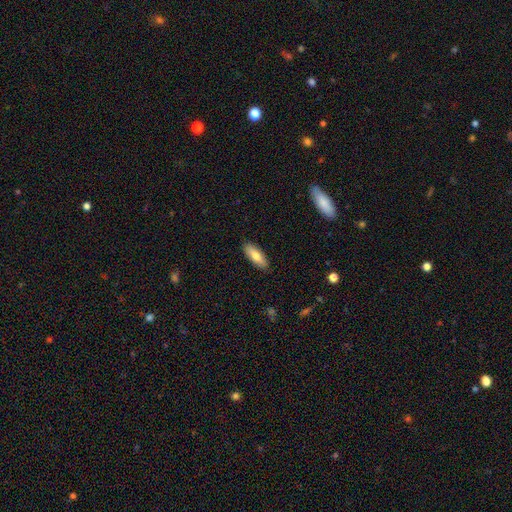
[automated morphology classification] A smooth galaxy with no disk features (76%) that is in between round and cigar-shaped (63%). Merging: none (89%).